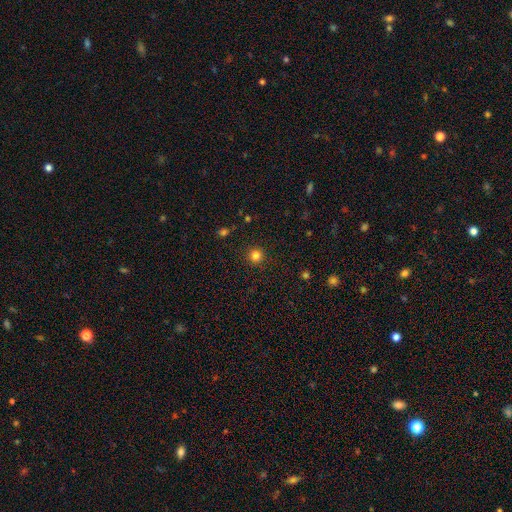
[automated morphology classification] Smooth or featured? Predicted: smooth (p=0.82). How rounded? Predicted: round (p=0.95). Merging? Predicted: none (p=0.92).